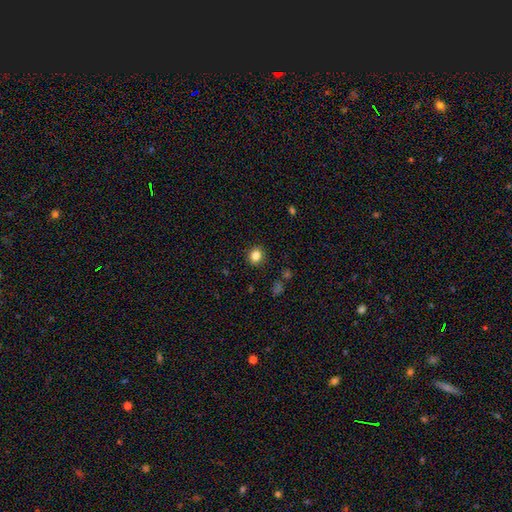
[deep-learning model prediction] A smooth galaxy with no disk features (83%) that is round (77%). Merging: none (90%).